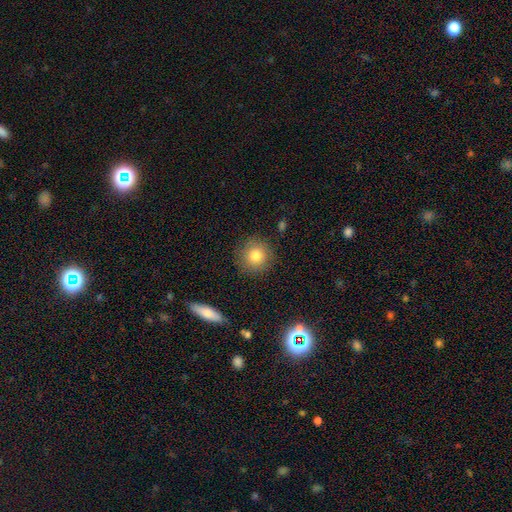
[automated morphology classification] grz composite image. It shows a smooth galaxy with no disk features (79%) that is round (93%). Merging: none (88%).